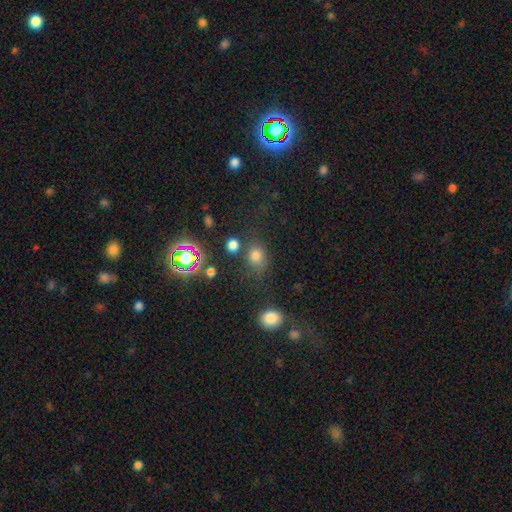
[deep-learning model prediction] Smooth or featured?
  - smooth: 73% *
  - star or artifact: 19%
  - featured or disk: 8%
How rounded?
  - round: 55% *
  - in between: 43%
  - cigar-shaped: 1%
Merging?
  - none: 67% *
  - minor disturbance: 15%
  - merger: 11%
  - major disturbance: 7%